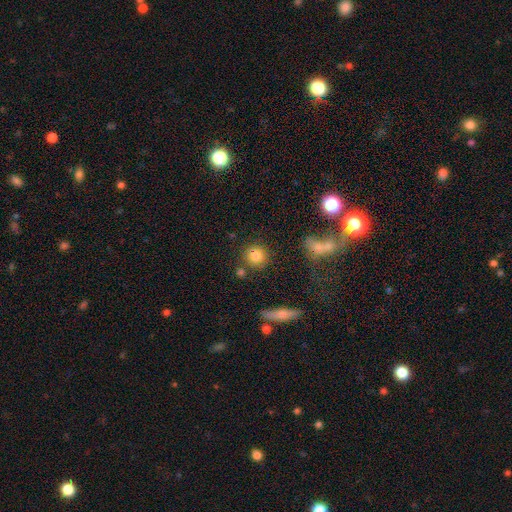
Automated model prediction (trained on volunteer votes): smooth-or-featured: smooth: 81% | star or artifact: 11% | featured or disk: 8%
  how-rounded: round: 89% | in between: 10% | cigar-shaped: 2%
  merging: none: 80% | minor disturbance: 9% | merger: 8% | major disturbance: 3%